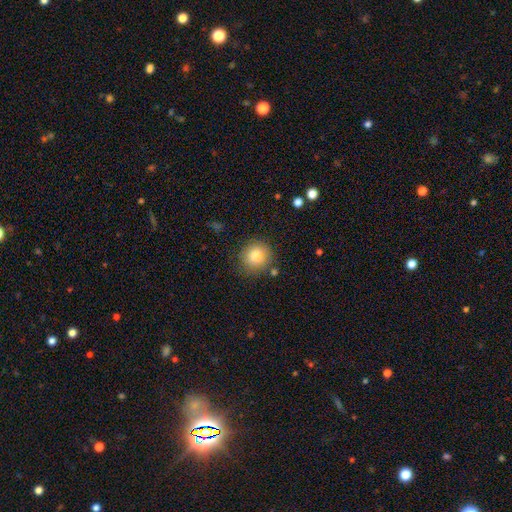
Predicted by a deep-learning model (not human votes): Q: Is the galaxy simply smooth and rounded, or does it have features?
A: smooth — 84%.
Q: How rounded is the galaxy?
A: round — 88%.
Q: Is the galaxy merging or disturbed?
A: none — 82%.